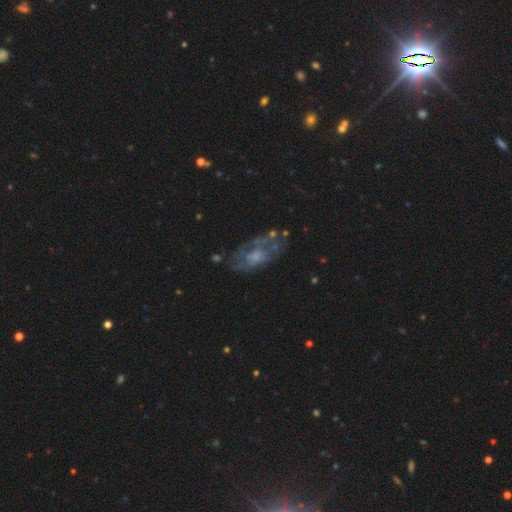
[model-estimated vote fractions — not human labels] A featured or disk galaxy (64%) with no bar (81%), no spiral arms (59%) and a small central bulge (37%).

Vote fractions:
- Smooth or featured? featured or disk: 64% / smooth: 26% / star or artifact: 10%
- Edge-on disk? no: 94% / yes: 6%
- Bar? no: 81% / weak: 16% / strong: 3%
- Spiral arms? no: 59% / yes: 41%
- Bulge size? small: 37% / moderate: 30% / none: 27% / large: 5% / dominant: 1%
- Merging? none: 53% / minor disturbance: 23% / major disturbance: 20% / merger: 5%